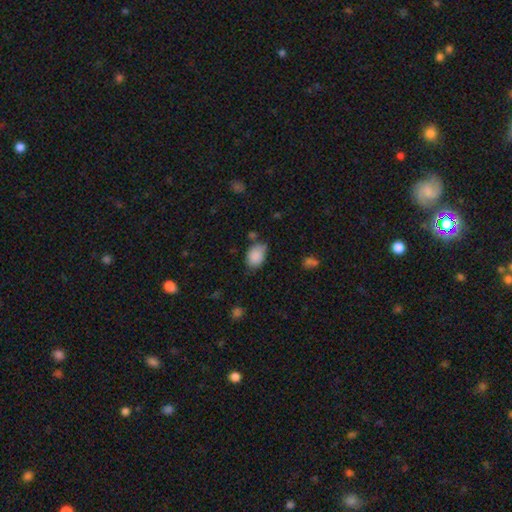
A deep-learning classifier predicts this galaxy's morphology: Smooth or featured? Predicted: smooth (p=0.87). How rounded? Predicted: in between (p=0.74). Merging? Predicted: none (p=0.59).